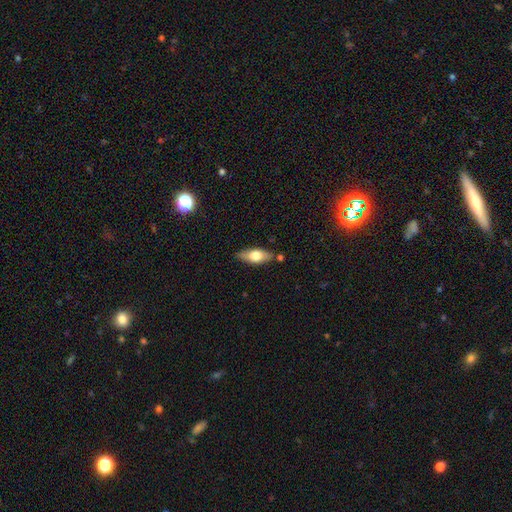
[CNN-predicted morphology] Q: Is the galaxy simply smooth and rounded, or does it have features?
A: smooth — 62%.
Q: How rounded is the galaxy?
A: in between — 75%.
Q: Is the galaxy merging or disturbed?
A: none — 79%.